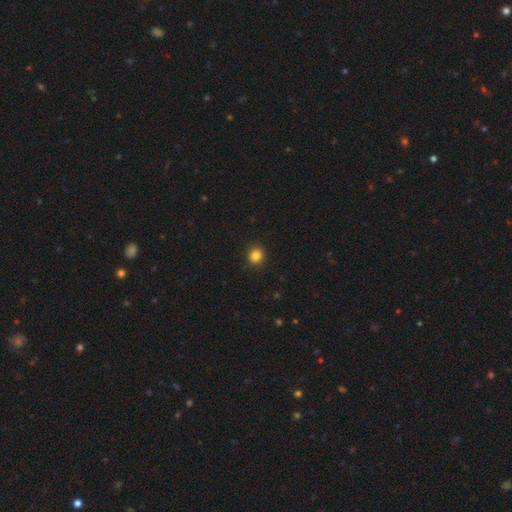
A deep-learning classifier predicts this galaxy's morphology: type=smooth (85%); roundness=round (88%); merging=none (91%).